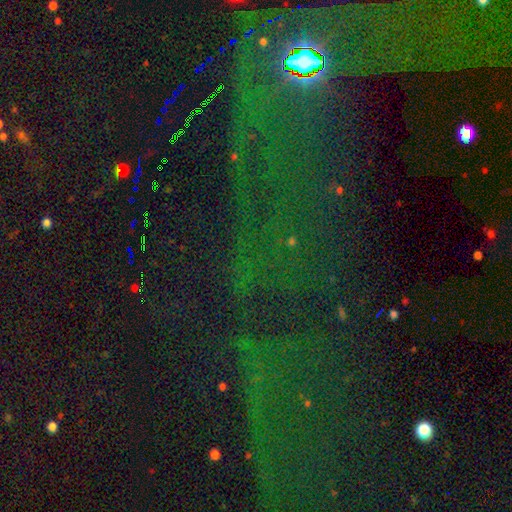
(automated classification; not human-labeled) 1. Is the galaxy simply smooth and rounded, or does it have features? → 80% star or artifact, 10% smooth, 10% featured or disk.